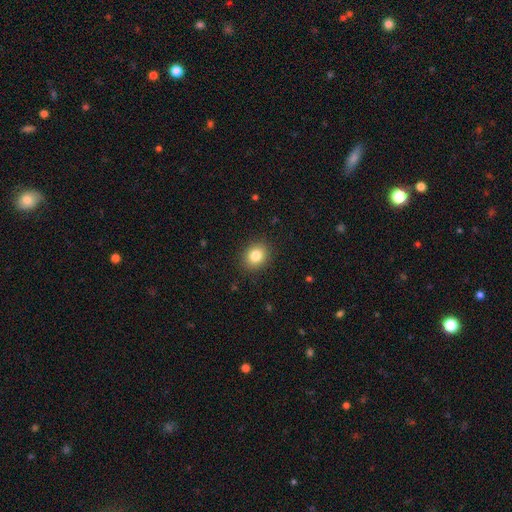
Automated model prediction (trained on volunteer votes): Smooth or featured? smooth (83%)
How rounded? round (63%)
Merging? none (90%)